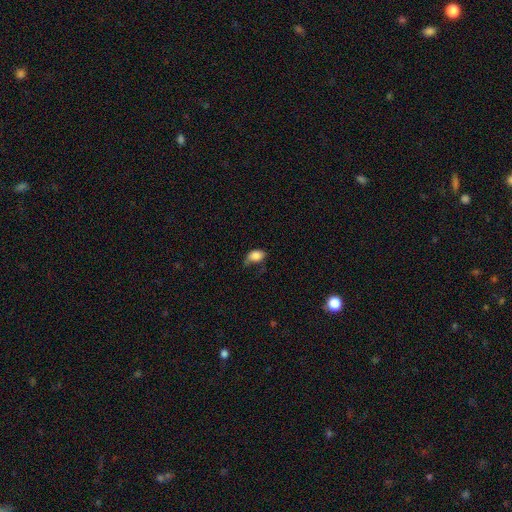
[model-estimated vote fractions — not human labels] This is clearly a smooth galaxy (84%). How rounded: clearly in between (87%). Merging: marginally none (39%, tied with minor disturbance).